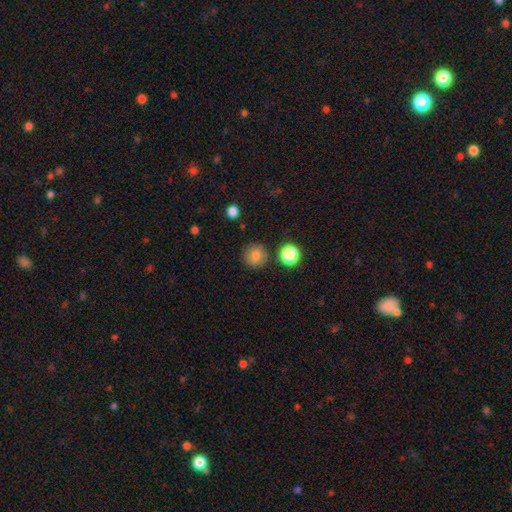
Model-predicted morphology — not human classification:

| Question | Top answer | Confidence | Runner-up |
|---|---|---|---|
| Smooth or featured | smooth | 80% | star or artifact (12%) |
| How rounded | round | 93% | in between (6%) |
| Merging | none | 87% | minor disturbance (8%) |